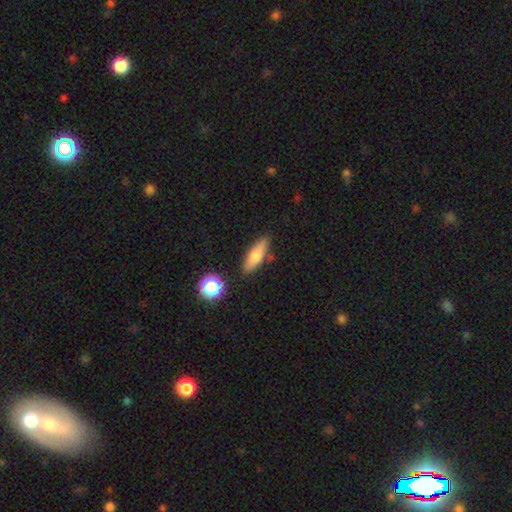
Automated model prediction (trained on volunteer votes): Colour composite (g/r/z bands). It shows a smooth galaxy with no disk features (71%) that is in between round and cigar-shaped (50%). Merging: none (80%).